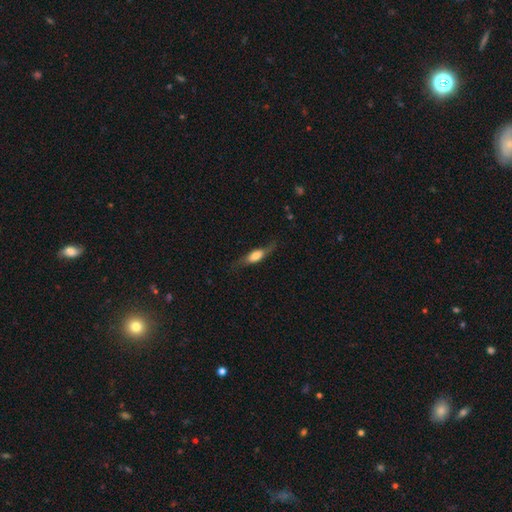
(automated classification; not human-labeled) A smooth galaxy with no disk features (51%) that is in between round and cigar-shaped (51%). Merging: none (66%).